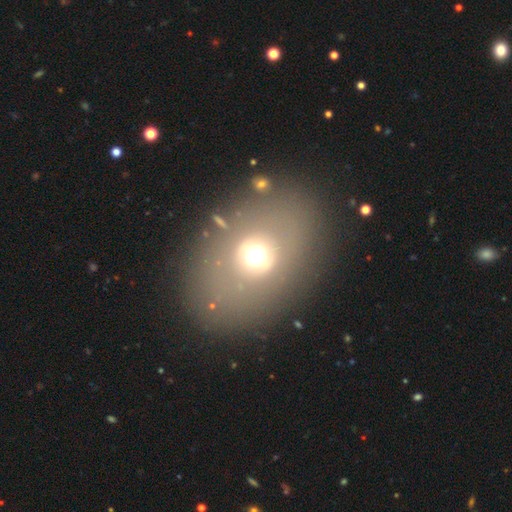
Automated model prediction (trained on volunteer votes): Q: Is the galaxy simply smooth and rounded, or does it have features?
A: smooth — 58%.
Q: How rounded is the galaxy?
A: in between — 64%.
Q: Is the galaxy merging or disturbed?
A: none — 74%.